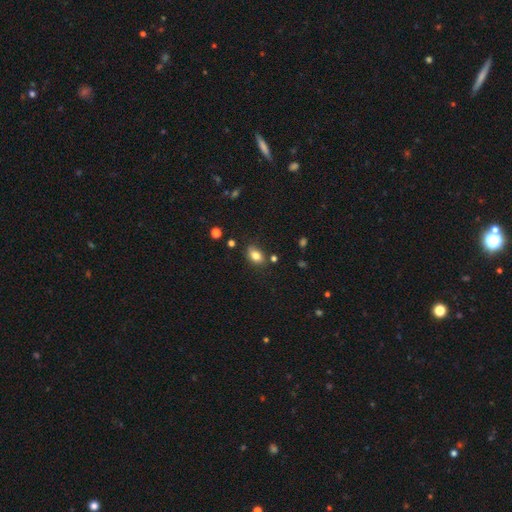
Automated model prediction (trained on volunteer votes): This is clearly a smooth galaxy (81%). How rounded: clearly in between (83%). Merging: likely none (76%).